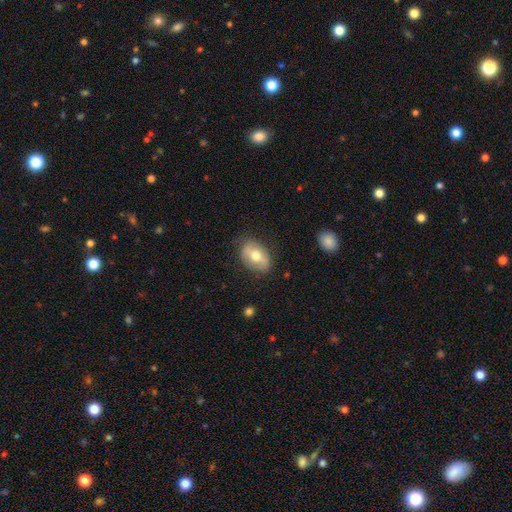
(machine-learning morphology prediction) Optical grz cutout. It shows a smooth galaxy with no disk features (58%) that is in between round and cigar-shaped (84%). Merging: none (77%).